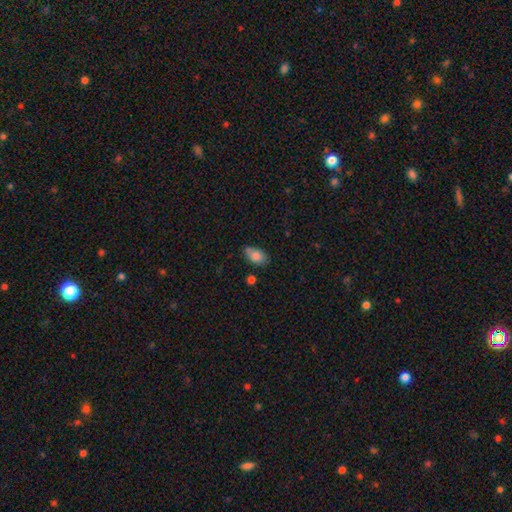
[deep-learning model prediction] Morphology: type=smooth (81%); roundness=in between (91%); merging=none (67%).